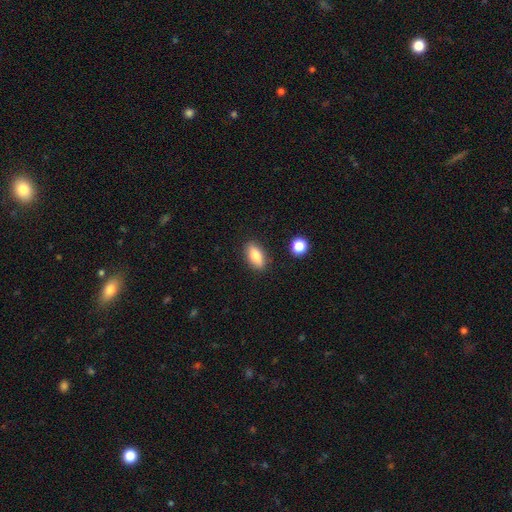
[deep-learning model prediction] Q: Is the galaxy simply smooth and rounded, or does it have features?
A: smooth — 82%.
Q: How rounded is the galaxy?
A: in between — 84%.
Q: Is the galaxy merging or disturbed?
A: none — 86%.